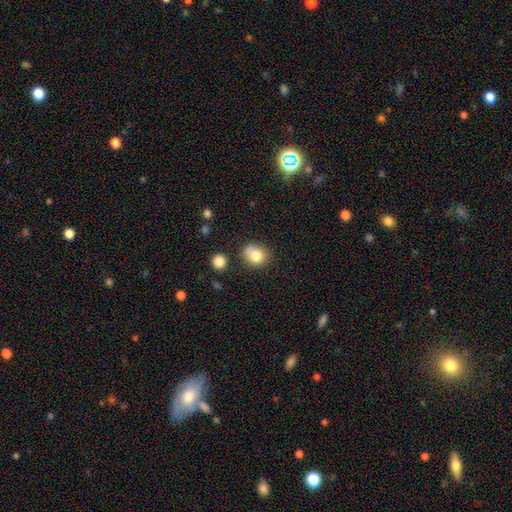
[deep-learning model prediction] Overall: smooth (79%). How rounded: round (72%). Merging: none (62%).